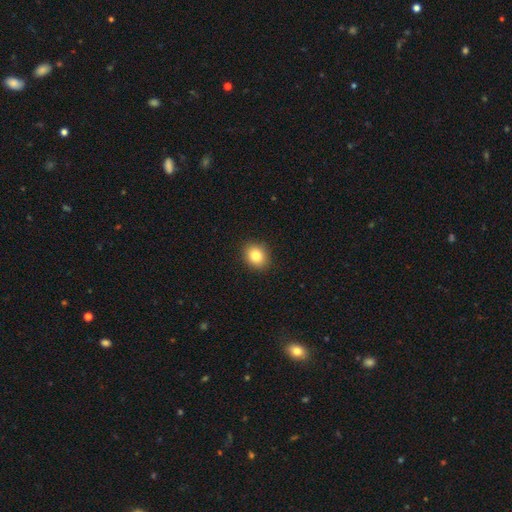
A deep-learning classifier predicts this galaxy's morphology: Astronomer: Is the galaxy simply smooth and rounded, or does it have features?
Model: smooth — 83%.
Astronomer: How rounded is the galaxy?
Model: round — 62% (runner-up: in between, 37%).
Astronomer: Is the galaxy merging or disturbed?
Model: none — 90%.